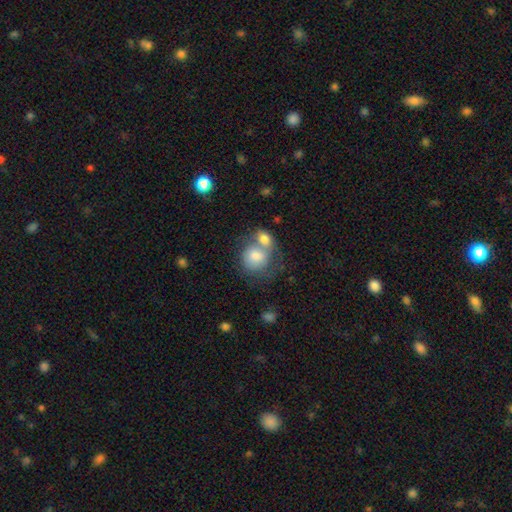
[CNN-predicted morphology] Smooth or featured? Predicted: smooth (p=0.74). How rounded? Predicted: round (p=0.70). Merging? Predicted: merger (p=0.54).